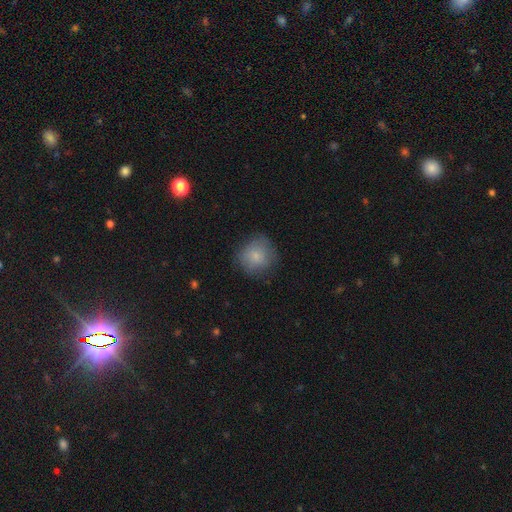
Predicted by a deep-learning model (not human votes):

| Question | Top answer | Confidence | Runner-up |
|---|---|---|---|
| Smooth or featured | smooth | 78% | featured or disk (13%) |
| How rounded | round | 89% | in between (10%) |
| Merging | none | 74% | minor disturbance (19%) |